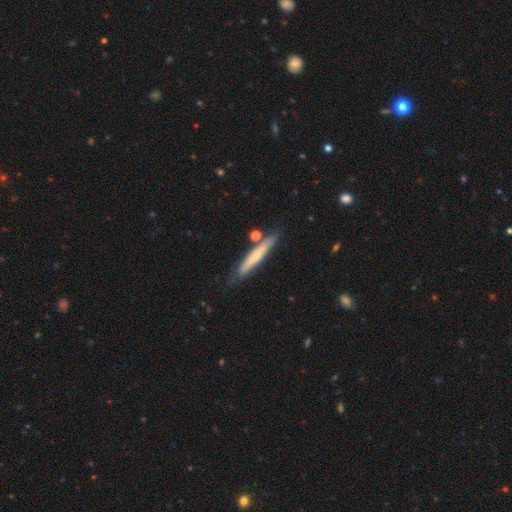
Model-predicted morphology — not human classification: A smooth galaxy with no disk features (61%) that is cigar-shaped (94%).

Vote fractions:
- Smooth or featured? smooth: 61% / featured or disk: 33% / star or artifact: 6%
- How rounded? cigar-shaped: 94% / in between: 5% / round: 1%
- Merging? none: 77% / minor disturbance: 15% / merger: 5% / major disturbance: 3%